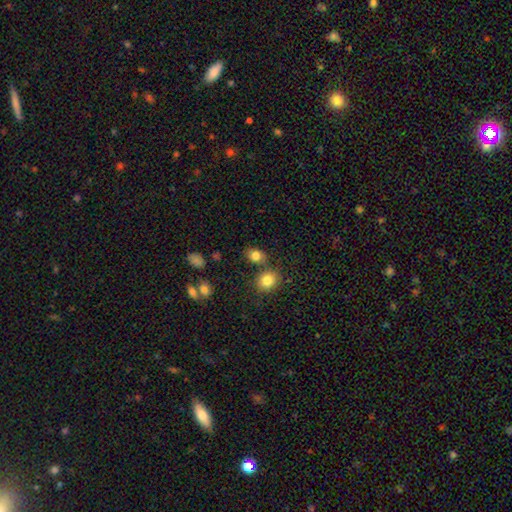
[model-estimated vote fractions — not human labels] Smooth or featured?
  - smooth: 82% *
  - star or artifact: 11%
  - featured or disk: 7%
How rounded?
  - round: 52% *
  - in between: 47%
  - cigar-shaped: 1%
Merging?
  - none: 65% *
  - merger: 19%
  - minor disturbance: 12%
  - major disturbance: 4%